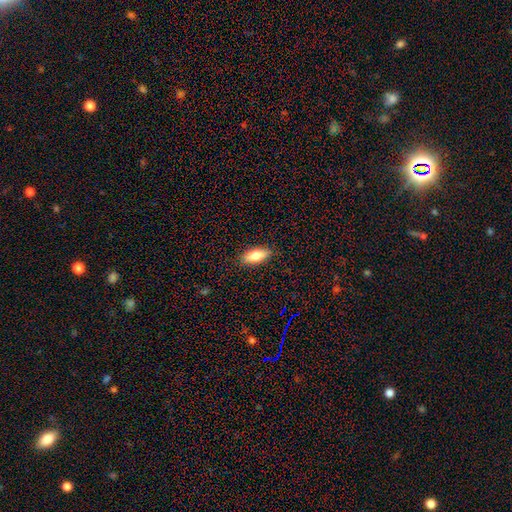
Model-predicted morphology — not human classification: type=smooth (81%); roundness=in between (81%); merging=none (87%).